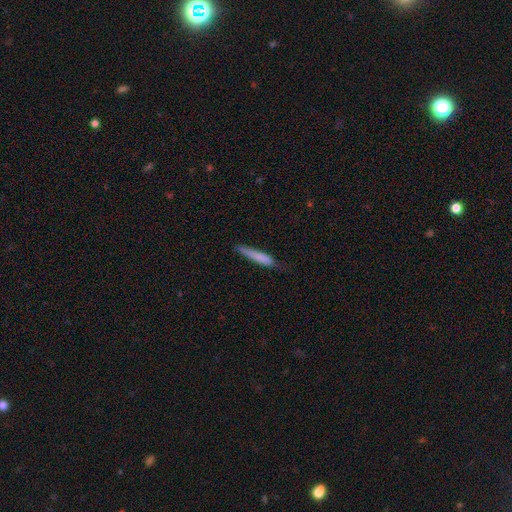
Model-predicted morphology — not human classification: This appears to be a smooth galaxy with no disk features (73%) that is cigar-shaped (93%). Merging: none (69%).